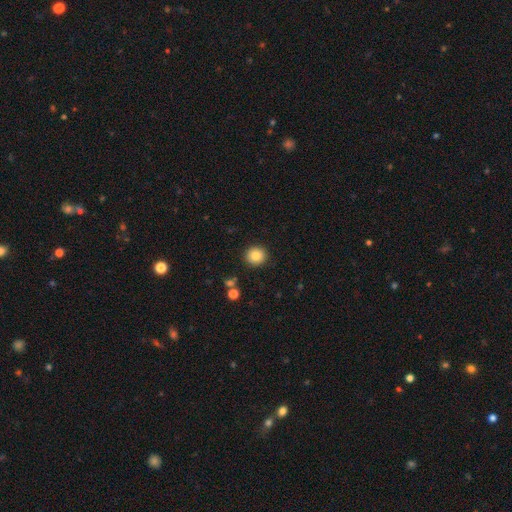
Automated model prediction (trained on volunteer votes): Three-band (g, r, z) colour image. It shows a smooth galaxy with no disk features (84%) that is round (91%). Merging: none (90%).